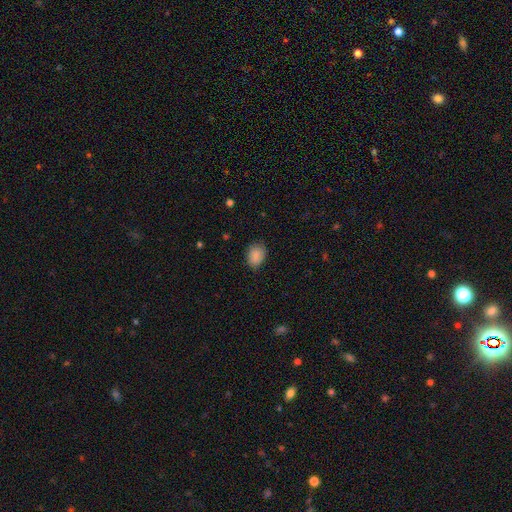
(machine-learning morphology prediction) Smooth or featured: smooth — 88% (star or artifact — 8%)
How rounded: in between — 70% (round — 29%)
Merging: none — 78% (minor disturbance — 17%)